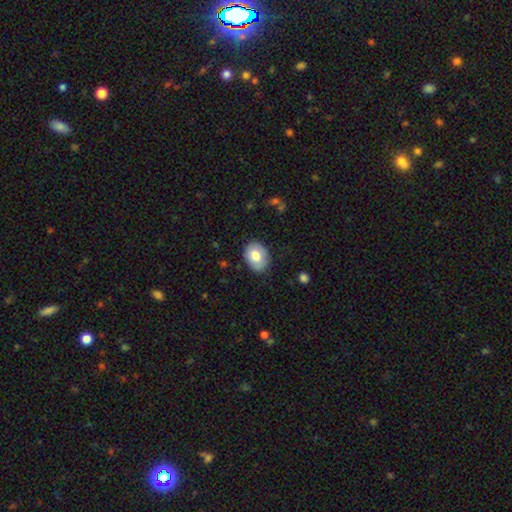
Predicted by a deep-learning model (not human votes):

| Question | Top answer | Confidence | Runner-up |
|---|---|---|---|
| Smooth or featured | smooth | 76% | featured or disk (17%) |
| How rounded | in between | 68% | round (31%) |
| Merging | none | 82% | minor disturbance (14%) |